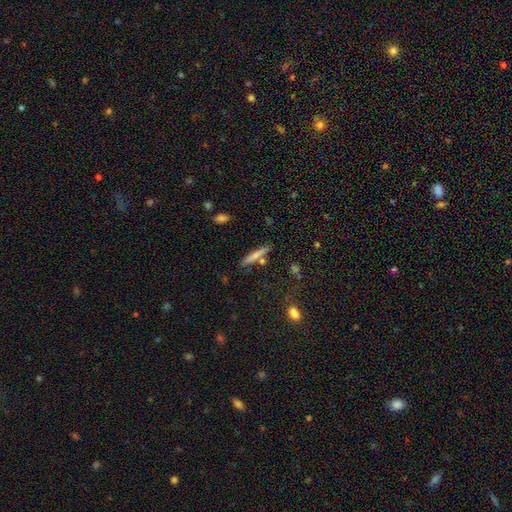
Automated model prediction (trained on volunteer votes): This is likely a smooth galaxy (67%). How rounded: clearly cigar-shaped (91%). Merging: likely none (78%).